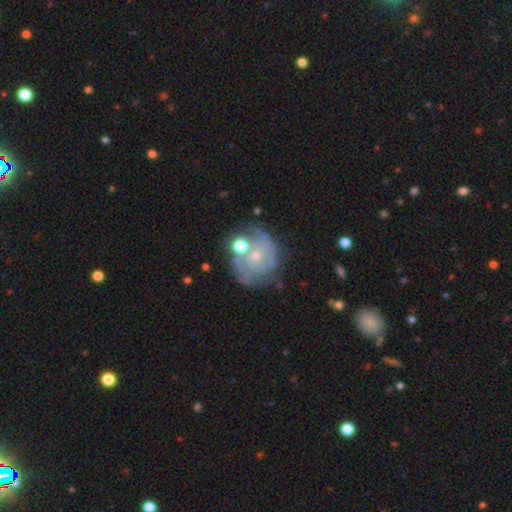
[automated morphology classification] A featured or disk galaxy (75%) with no bar (74%), tight (58%) spiral arms (82%) and a small central bulge (61%).

Vote fractions:
- Smooth or featured? featured or disk: 75% / smooth: 16% / star or artifact: 9%
- Edge-on disk? no: 98% / yes: 2%
- Bar? no: 74% / weak: 23% / strong: 4%
- Spiral arms? yes: 82% / no: 18%
- Spiral winding? tight: 58% / medium: 31% / loose: 11%
- Spiral arm count? can't tell: 42% / 2: 25% / 3: 16% / 4: 7% / 1: 5% / more than 4: 5%
- Bulge size? small: 61% / moderate: 32% / none: 4% / large: 2% / dominant: 1%
- Merging? none: 57% / minor disturbance: 21% / major disturbance: 12% / merger: 11%